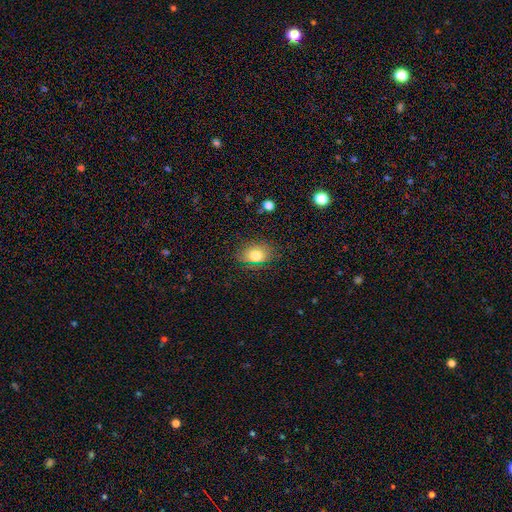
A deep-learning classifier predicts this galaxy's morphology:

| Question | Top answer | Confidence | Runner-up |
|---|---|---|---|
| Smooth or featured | smooth | 75% | star or artifact (13%) |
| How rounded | in between | 69% | round (29%) |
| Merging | none | 80% | minor disturbance (14%) |